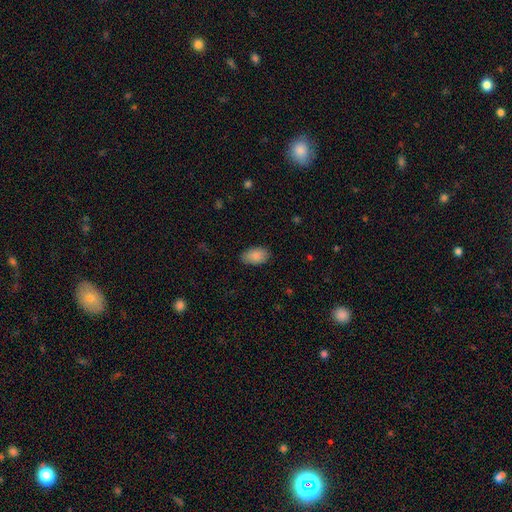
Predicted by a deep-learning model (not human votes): A smooth galaxy with no disk features (88%) that is in between round and cigar-shaped (94%).

Vote fractions:
- Smooth or featured? smooth: 88% / star or artifact: 7% / featured or disk: 5%
- How rounded? in between: 94% / round: 5% / cigar-shaped: 2%
- Merging? none: 85% / minor disturbance: 11% / major disturbance: 3% / merger: 1%